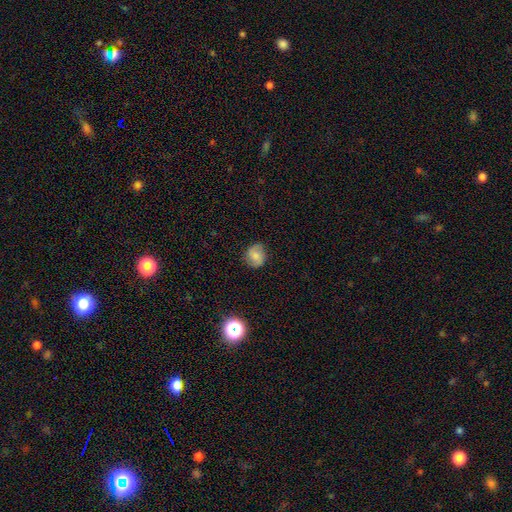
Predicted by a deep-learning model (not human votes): A smooth galaxy with no disk features (65%) that is round (75%). Merging: none (79%).